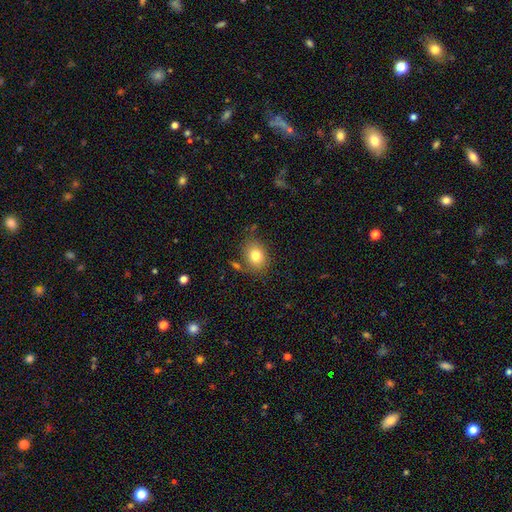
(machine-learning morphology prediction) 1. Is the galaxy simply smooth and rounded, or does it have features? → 80% smooth, 10% featured or disk, 10% star or artifact.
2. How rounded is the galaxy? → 52% in between, 47% round, 1% cigar-shaped.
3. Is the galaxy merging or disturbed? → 75% none, 14% minor disturbance, 6% merger, 4% major disturbance.